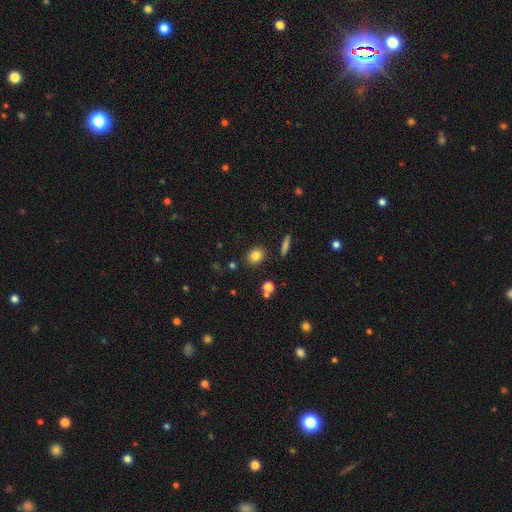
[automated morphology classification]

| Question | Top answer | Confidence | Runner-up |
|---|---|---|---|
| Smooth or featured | smooth | 82% | star or artifact (11%) |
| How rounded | round | 62% | in between (36%) |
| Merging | none | 86% | minor disturbance (8%) |